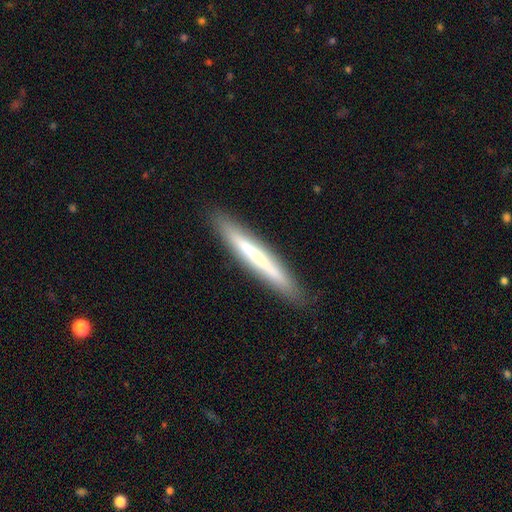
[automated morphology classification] Smooth or featured?
  - smooth: 52% *
  - featured or disk: 42%
  - star or artifact: 6%
How rounded?
  - cigar-shaped: 96% *
  - in between: 3%
  - round: 1%
Merging?
  - none: 88% *
  - minor disturbance: 9%
  - major disturbance: 2%
  - merger: 1%